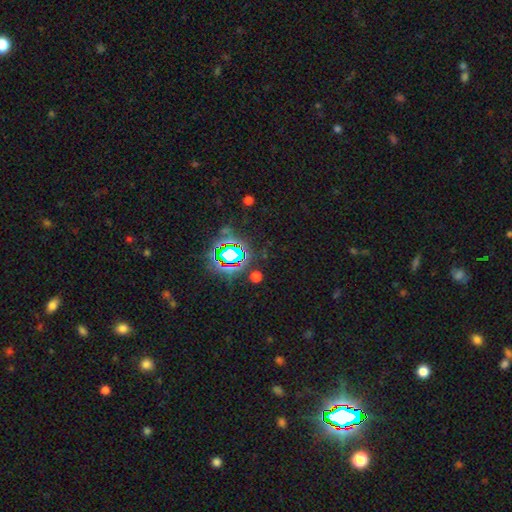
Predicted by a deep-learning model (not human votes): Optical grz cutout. It shows a star or artifact, not a galaxy (80%).